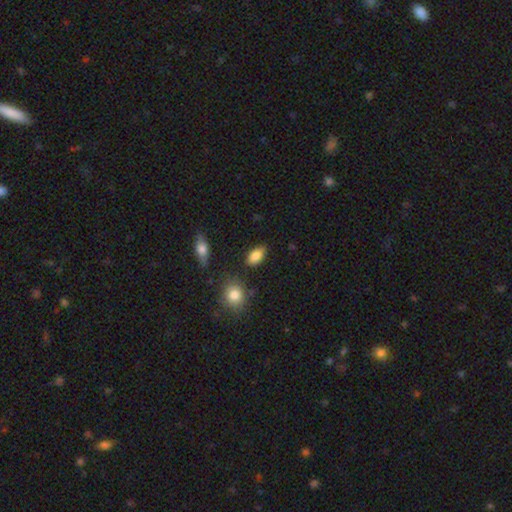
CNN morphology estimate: A smooth galaxy with no disk features (83%) that is in between round and cigar-shaped (89%).

Vote fractions:
- Smooth or featured? smooth: 83% / featured or disk: 9% / star or artifact: 8%
- How rounded? in between: 89% / round: 7% / cigar-shaped: 4%
- Merging? none: 79% / minor disturbance: 14% / merger: 3% / major disturbance: 3%